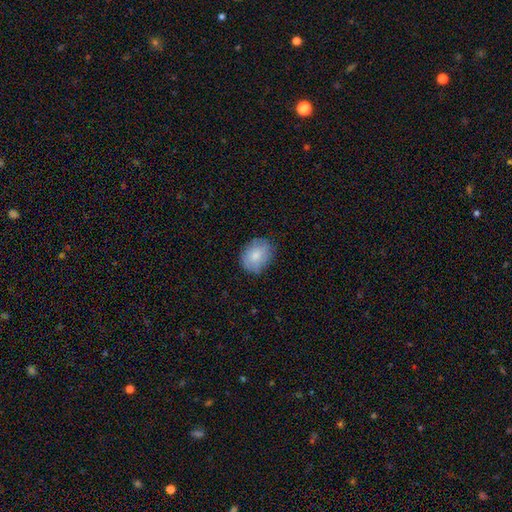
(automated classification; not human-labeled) The model was most divided on "how rounded": in between: 54%, round: 45%, cigar-shaped: 1%. More confident: smooth or featured — smooth (79%); merging — none (75%).